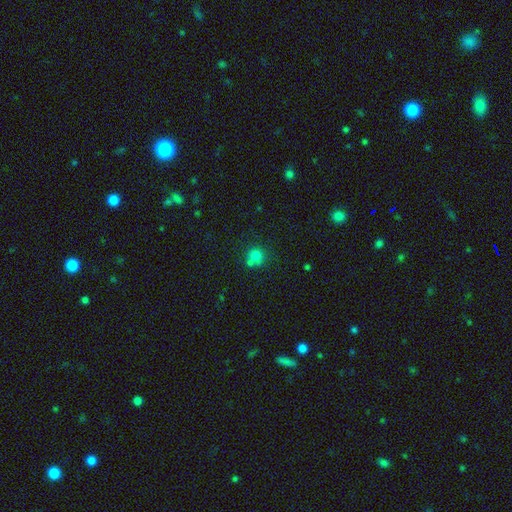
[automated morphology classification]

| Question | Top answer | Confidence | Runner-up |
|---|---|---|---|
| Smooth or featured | smooth | 75% | star or artifact (14%) |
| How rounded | round | 86% | in between (13%) |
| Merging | none | 50% | merger (37%) |